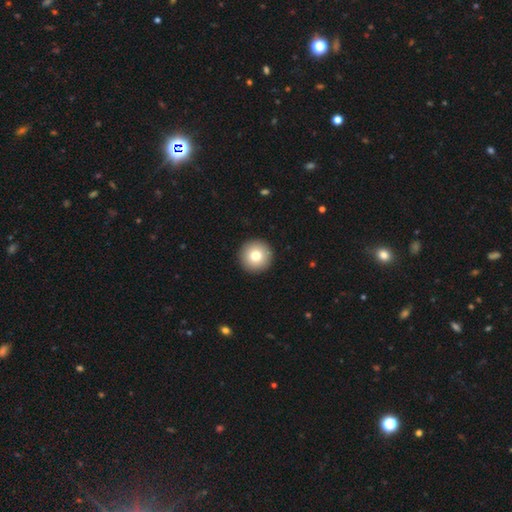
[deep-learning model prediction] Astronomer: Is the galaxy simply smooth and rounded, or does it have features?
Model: smooth — 78%.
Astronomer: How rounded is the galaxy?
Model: round — 97%.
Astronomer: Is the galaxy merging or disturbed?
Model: none — 94%.